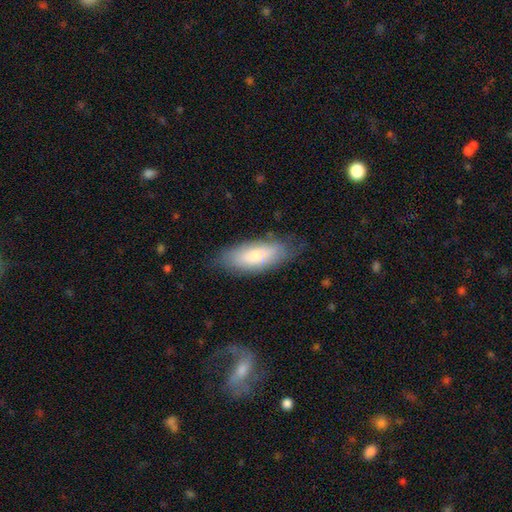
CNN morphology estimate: smooth 73%, featured or disk 21%, star or artifact 6%. Down the decision tree: how rounded — in between (78%); merging — none (73%).